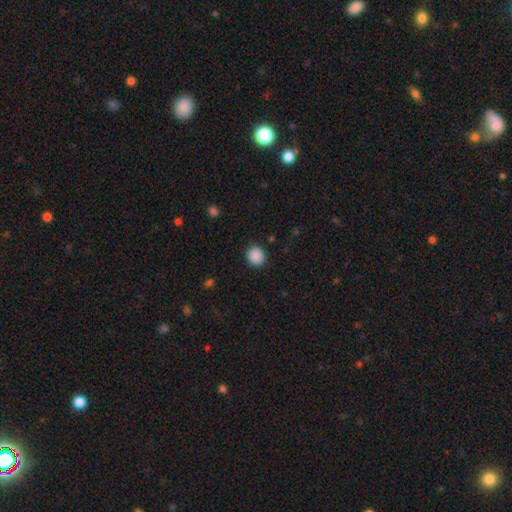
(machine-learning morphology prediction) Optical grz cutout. It shows a smooth galaxy with no disk features (89%) that is round (87%). Merging: none (90%).